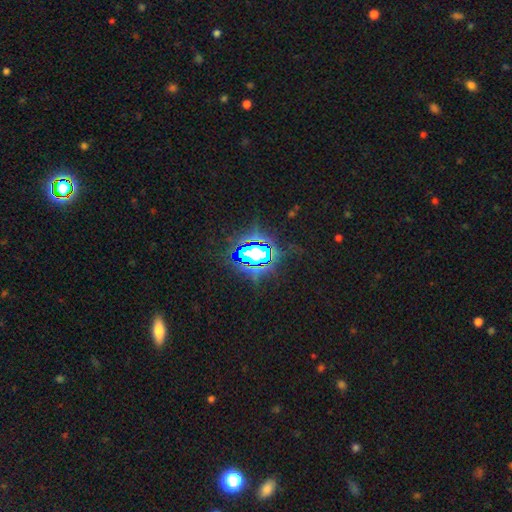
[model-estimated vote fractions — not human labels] This is likely a star or artifact rather than a galaxy (74%).